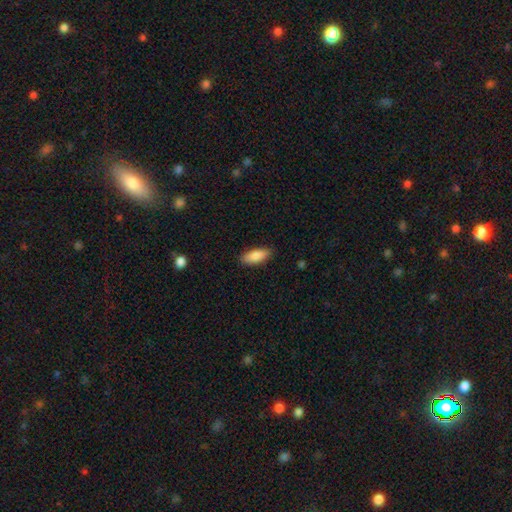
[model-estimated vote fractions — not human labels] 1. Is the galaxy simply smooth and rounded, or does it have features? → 84% smooth, 10% featured or disk, 6% star or artifact.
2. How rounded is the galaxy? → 75% in between, 23% cigar-shaped, 2% round.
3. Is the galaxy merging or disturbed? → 85% none, 12% minor disturbance, 2% major disturbance, 1% merger.